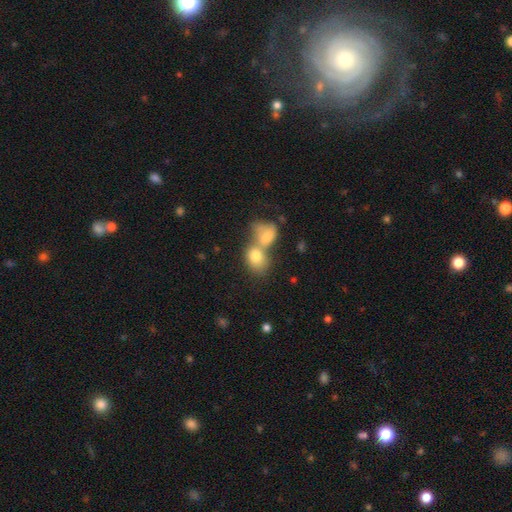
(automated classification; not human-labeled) Smooth or featured? Predicted: smooth (p=0.77). How rounded? Predicted: in between (p=0.58). Merging? Predicted: merger (p=0.69).